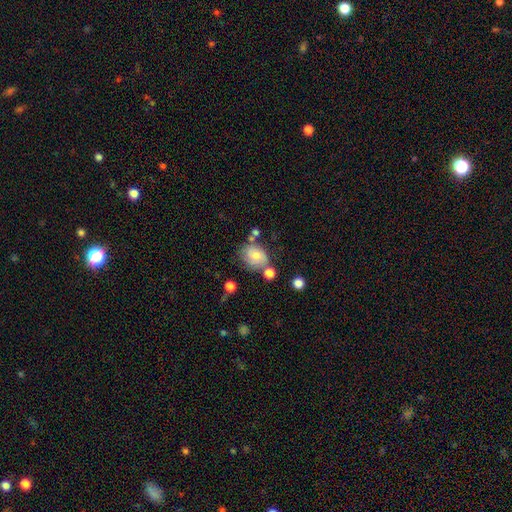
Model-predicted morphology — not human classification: smooth 62%, featured or disk 28%, star or artifact 10%. Down the decision tree: how rounded — in between (52%); merging — none (50%).